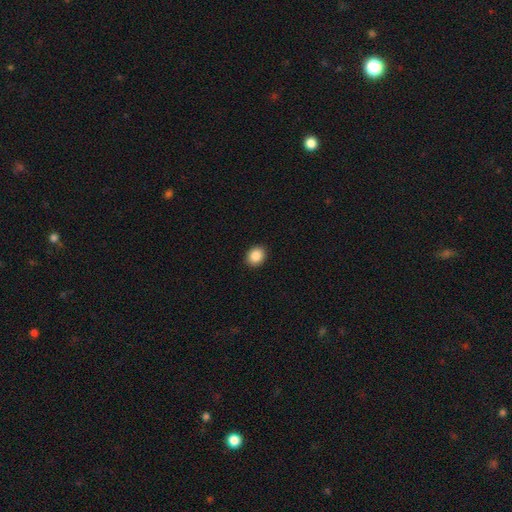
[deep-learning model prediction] smooth 88%, star or artifact 8%, featured or disk 4%. Down the decision tree: how rounded — round (55%); merging — none (91%).